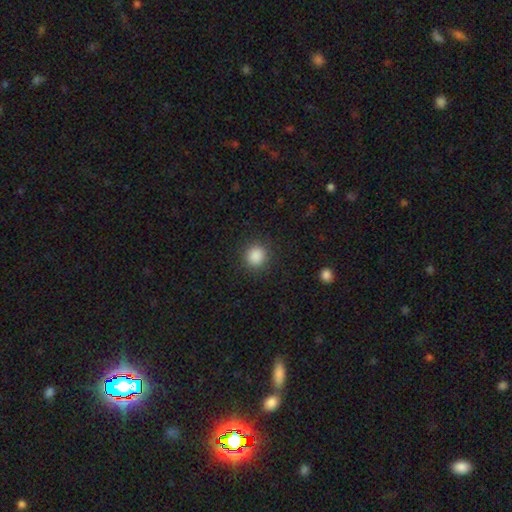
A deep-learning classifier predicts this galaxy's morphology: A smooth galaxy with no disk features (87%) that is round (92%).

Vote fractions:
- Smooth or featured? smooth: 87% / star or artifact: 10% / featured or disk: 3%
- How rounded? round: 92% / in between: 7% / cigar-shaped: 1%
- Merging? none: 91% / minor disturbance: 6% / major disturbance: 2% / merger: 1%